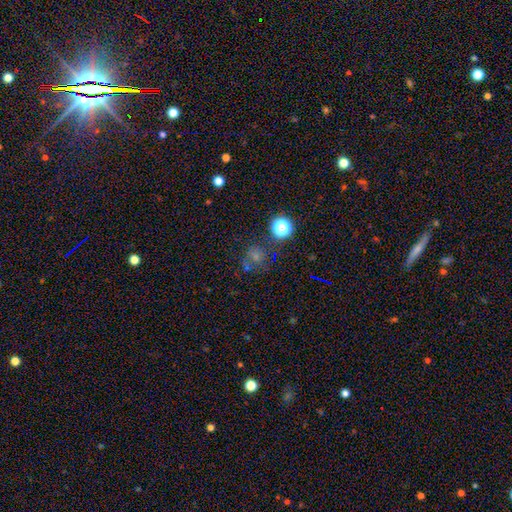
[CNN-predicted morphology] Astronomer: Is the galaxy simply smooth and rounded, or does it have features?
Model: star or artifact — 45% (runner-up: smooth, 40%).